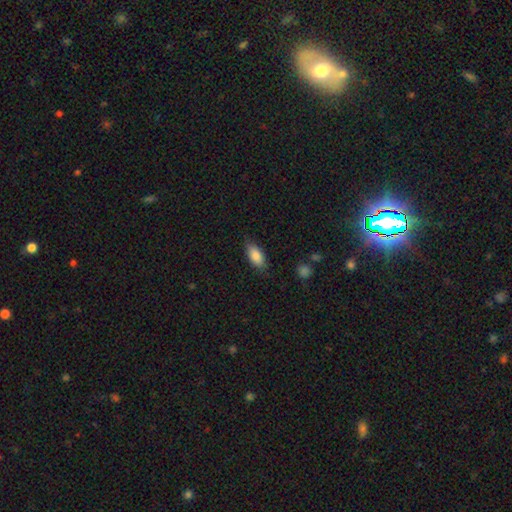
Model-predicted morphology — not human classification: Overall: smooth (83%). How rounded: in between (86%). Merging: none (81%).